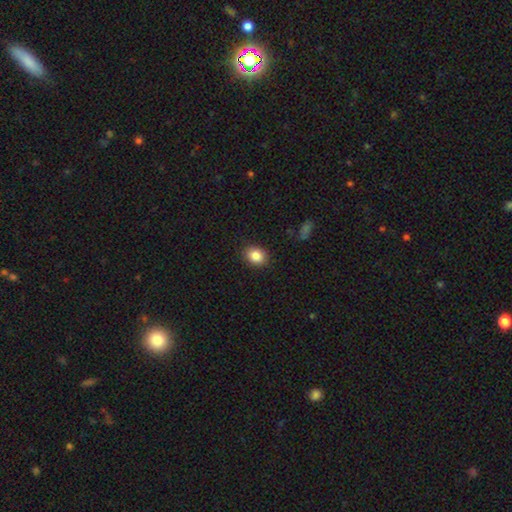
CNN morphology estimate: Smooth or featured: smooth — 86% (star or artifact — 9%)
How rounded: round — 50% (in between — 49%)
Merging: none — 88% (minor disturbance — 9%)